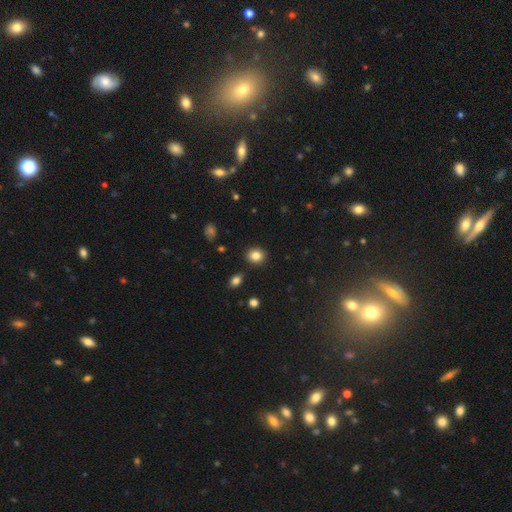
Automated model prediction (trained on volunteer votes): smooth_or_featured: smooth (p=0.84) [alt: star or artifact p=0.10]
how_rounded: round (p=0.79) [alt: in between p=0.20]
merging: none (p=0.89) [alt: minor disturbance p=0.06]